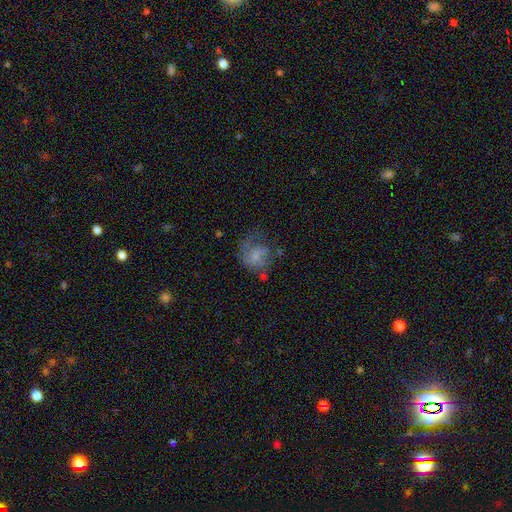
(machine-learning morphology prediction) Q: Smooth or featured?
A: smooth (49%); runner-up: featured or disk (39%)
Q: Merging?
A: major disturbance (38%); runner-up: none (34%)